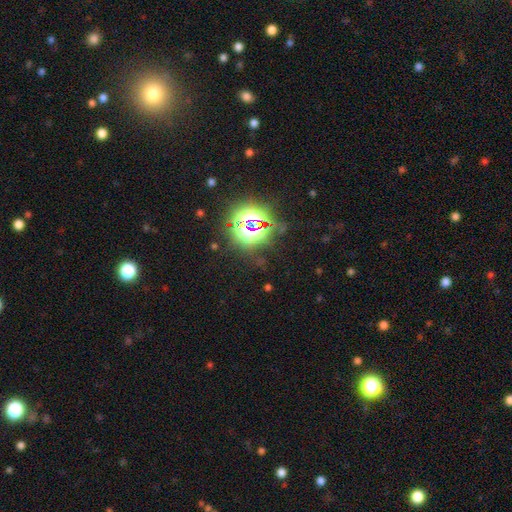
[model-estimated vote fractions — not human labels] star or artifact 81%, smooth 12%, featured or disk 7%.